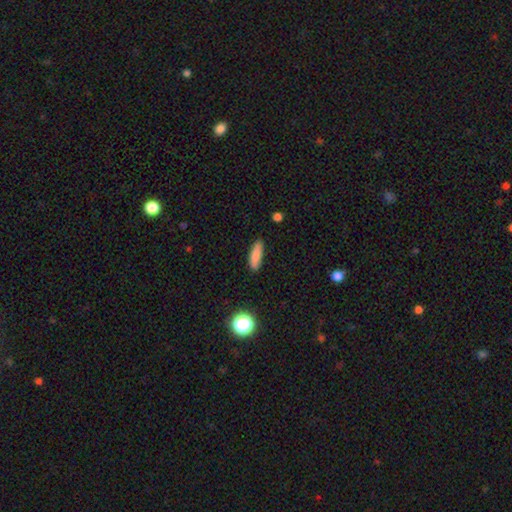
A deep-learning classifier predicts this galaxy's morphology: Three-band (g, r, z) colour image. It shows a smooth galaxy with no disk features (83%) that is cigar-shaped (56%). Merging: none (84%).